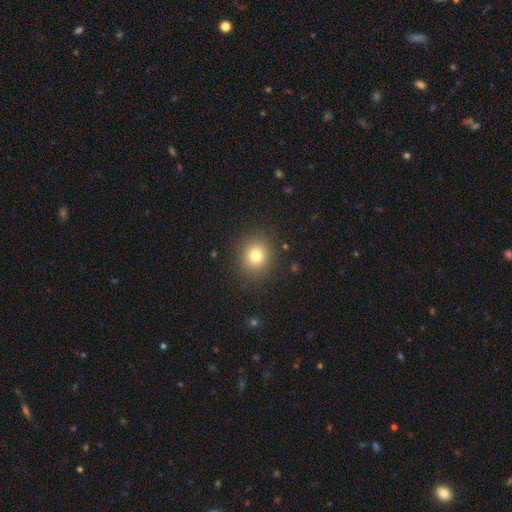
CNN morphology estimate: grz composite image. It shows a smooth galaxy with no disk features (78%) that is round (86%). Merging: none (89%).